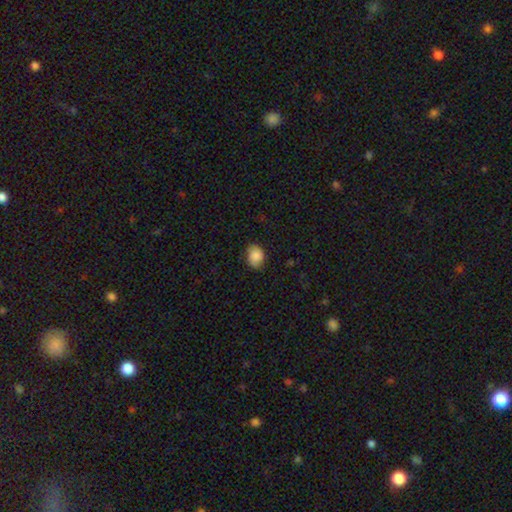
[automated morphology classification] Q: Smooth or featured?
A: smooth (84%); runner-up: featured or disk (8%)
Q: How rounded?
A: in between (55%); runner-up: round (44%)
Q: Merging?
A: none (76%); runner-up: minor disturbance (19%)